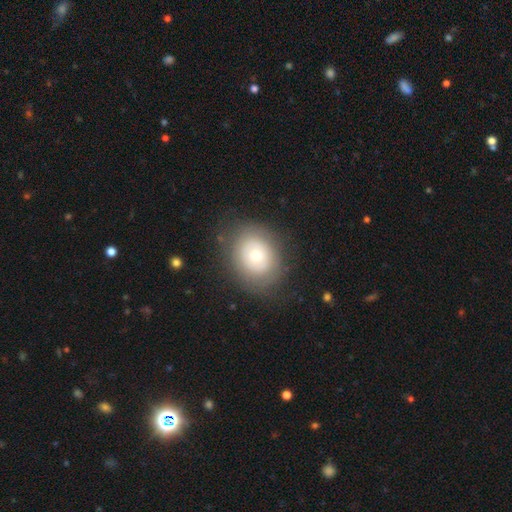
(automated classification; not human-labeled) The model was most divided on "how rounded": round: 56%, in between: 43%, cigar-shaped: 1%. More confident: merging — none (81%); smooth or featured — smooth (55%).